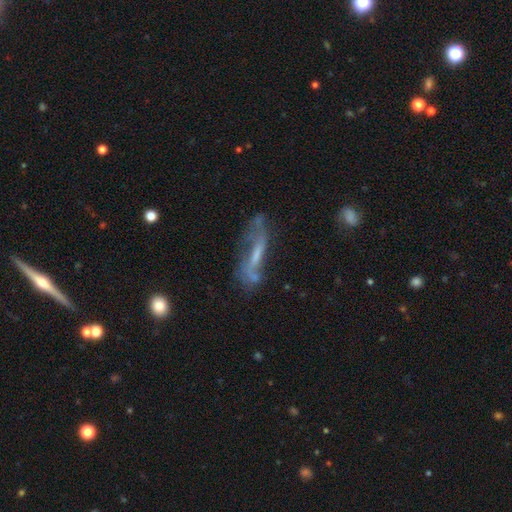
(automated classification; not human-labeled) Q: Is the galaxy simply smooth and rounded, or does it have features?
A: featured or disk — 65%.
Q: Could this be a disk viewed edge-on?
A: no — 68%.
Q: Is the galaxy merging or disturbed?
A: none — 48%.